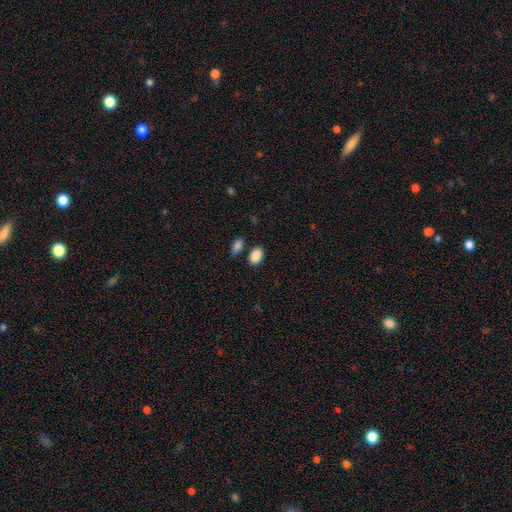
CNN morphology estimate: A smooth galaxy with no disk features (89%) that is in between round and cigar-shaped (89%). Merging: none (78%).